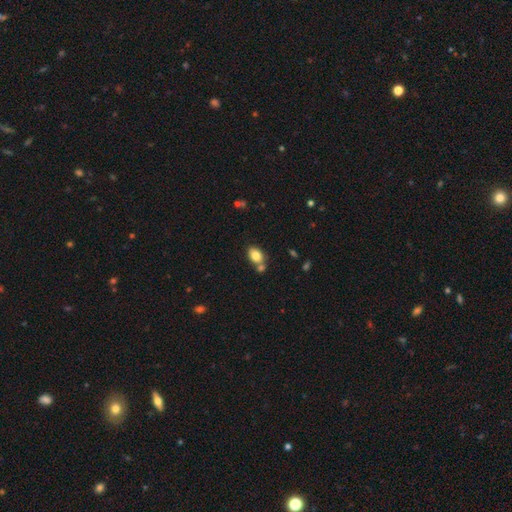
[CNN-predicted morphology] Smooth or featured? smooth (82%)
How rounded? in between (79%)
Merging? none (58%)